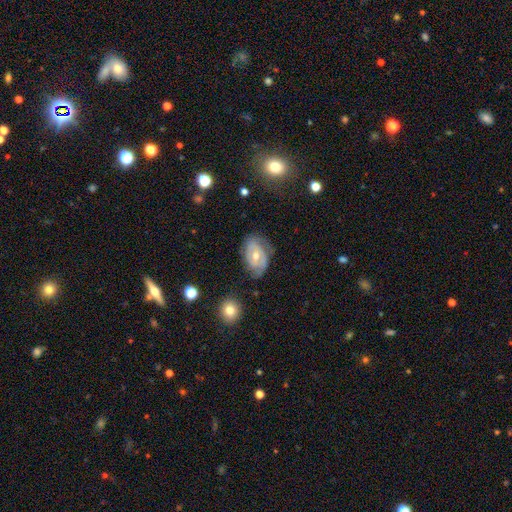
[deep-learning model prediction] smooth_or_featured: featured or disk (p=0.70) [alt: smooth p=0.22]
disk_edge_on: no (p=0.95) [alt: yes p=0.05]
bar: no (p=0.62) [alt: weak p=0.30]
has_spiral_arms: yes (p=0.79) [alt: no p=0.21]
spiral_winding: tight (p=0.59) [alt: medium p=0.30]
spiral_arm_count: 2 (p=0.49) [alt: can't tell p=0.32]
bulge_size: moderate (p=0.56) [alt: small p=0.41]
merging: none (p=0.64) [alt: minor disturbance p=0.24]